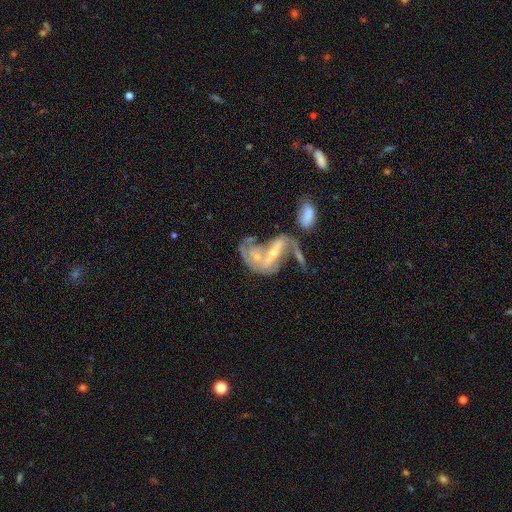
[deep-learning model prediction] smooth-or-featured: featured or disk: 75% | smooth: 17% | star or artifact: 8%
  disk-edge-on: no: 94% | yes: 6%
    bar: no: 41% | weak: 30% | strong: 29%
    has-spiral-arms: yes: 66% | no: 34%
    bulge-size: small: 57% | moderate: 33% | none: 7% | large: 2% | dominant: 1%
  merging: merger: 56% | major disturbance: 18% | none: 17% | minor disturbance: 10%